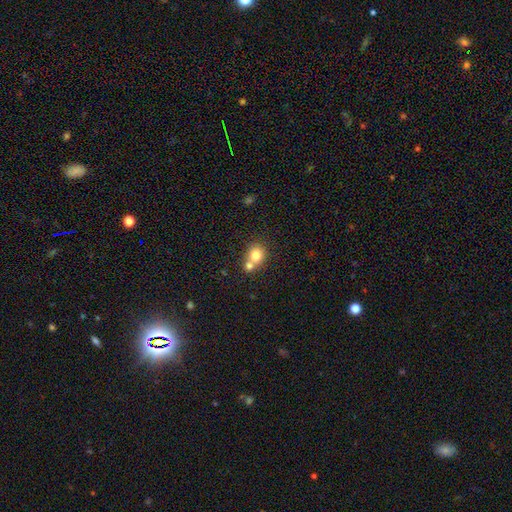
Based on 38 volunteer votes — A smooth galaxy with no disk features (84%) that is round (91%). Merging: merger (67%).